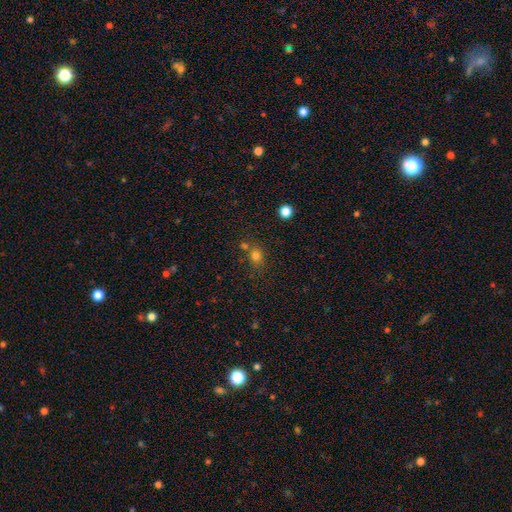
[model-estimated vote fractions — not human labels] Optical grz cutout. It shows a smooth galaxy with no disk features (76%) that is round (62%). Merging: none (61%).